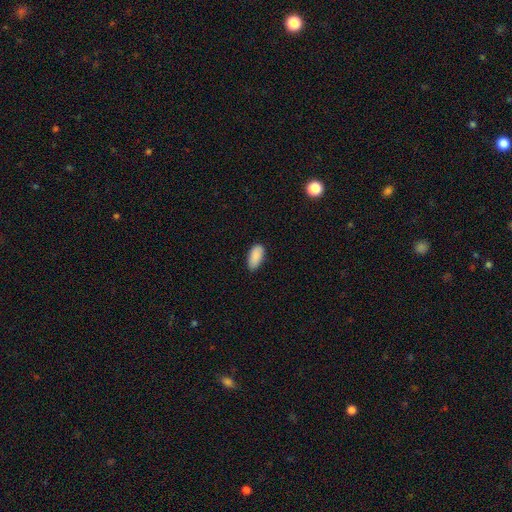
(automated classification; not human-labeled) Overall: smooth (89%). How rounded: in between (91%). Merging: none (80%).